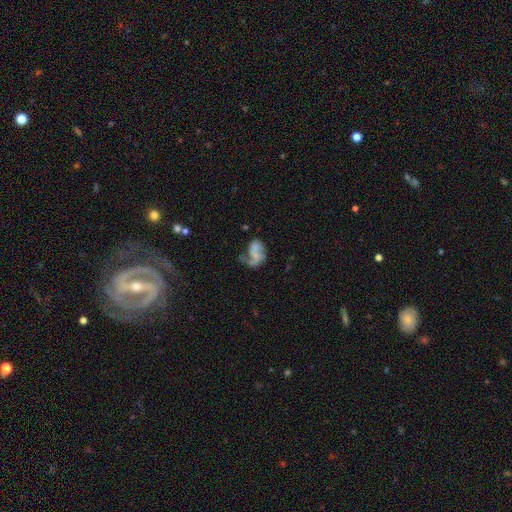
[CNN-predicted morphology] Smooth or featured?
  - featured or disk: 65% *
  - smooth: 26%
  - star or artifact: 9%
Edge-on disk?
  - no: 98% *
  - yes: 2%
Bar?
  - no: 60% *
  - weak: 30%
  - strong: 10%
Spiral arms?
  - yes: 82% *
  - no: 18%
Spiral winding?
  - loose: 60% *
  - medium: 30%
  - tight: 10%
Spiral arm count?
  - 2: 47% *
  - 1: 44%
  - can't tell: 5%
  - 3: 1%
  - 4: 1%
  - more than 4: 1%
Bulge size?
  - none: 56% *
  - small: 30%
  - moderate: 10%
  - large: 3%
  - dominant: 2%
Merging?
  - major disturbance: 39% *
  - none: 33%
  - minor disturbance: 22%
  - merger: 7%